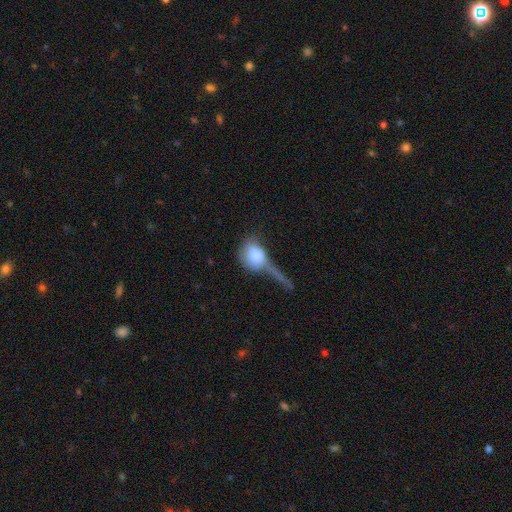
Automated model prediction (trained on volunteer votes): Q: Smooth or featured?
A: smooth (74%); runner-up: featured or disk (18%)
Q: How rounded?
A: in between (52%); runner-up: round (44%)
Q: Merging?
A: major disturbance (43%); runner-up: none (20%)